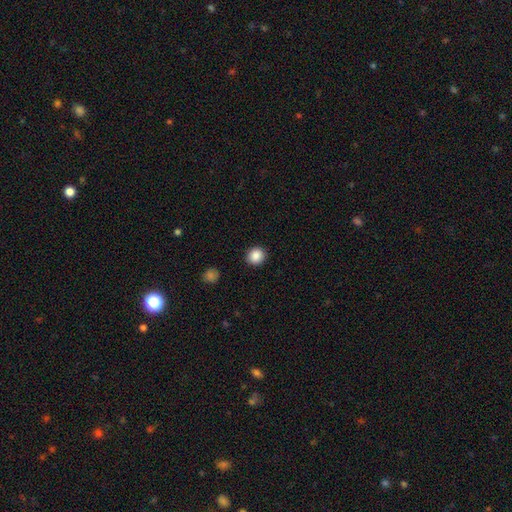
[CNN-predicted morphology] A smooth galaxy with no disk features (88%) that is round (88%).

Vote fractions:
- Smooth or featured? smooth: 88% / star or artifact: 9% / featured or disk: 3%
- How rounded? round: 88% / in between: 11% / cigar-shaped: 1%
- Merging? none: 92% / minor disturbance: 5% / major disturbance: 2% / merger: 1%